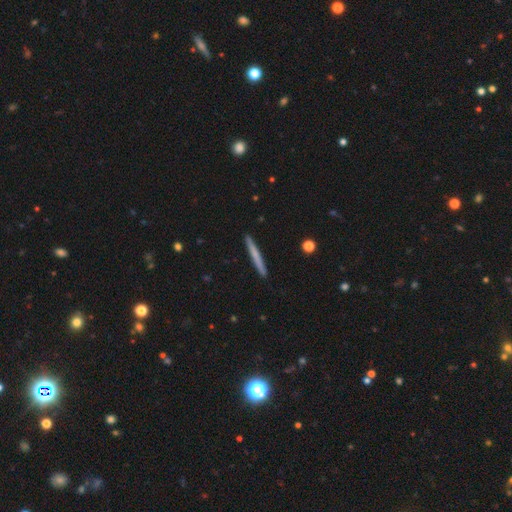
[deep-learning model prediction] A smooth galaxy with no disk features (62%) that is cigar-shaped (97%).

Vote fractions:
- Smooth or featured? smooth: 62% / featured or disk: 33% / star or artifact: 5%
- How rounded? cigar-shaped: 97% / in between: 2% / round: 1%
- Merging? none: 92% / minor disturbance: 6% / major disturbance: 1% / merger: 1%